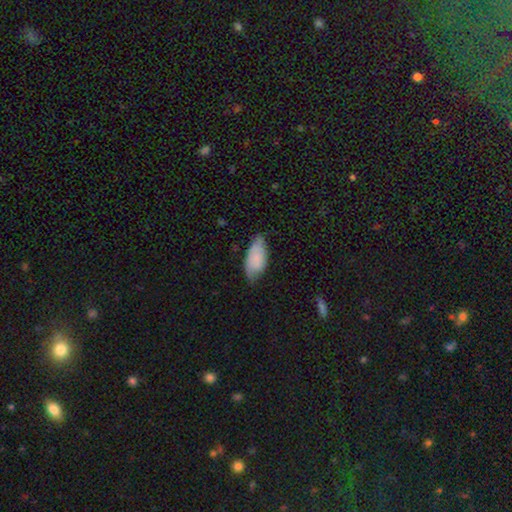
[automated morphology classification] This appears to be a smooth galaxy with no disk features (76%) that is in between round and cigar-shaped (91%). Merging: none (59%).